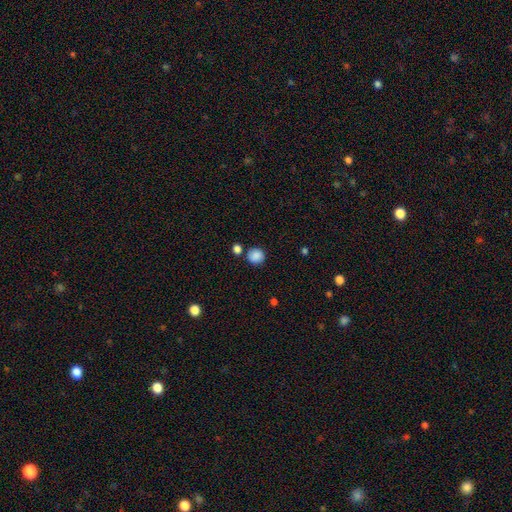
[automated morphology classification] A smooth galaxy with no disk features (87%) that is round (89%).

Vote fractions:
- Smooth or featured? smooth: 87% / star or artifact: 9% / featured or disk: 4%
- How rounded? round: 89% / in between: 10% / cigar-shaped: 1%
- Merging? none: 77% / minor disturbance: 11% / merger: 9% / major disturbance: 3%